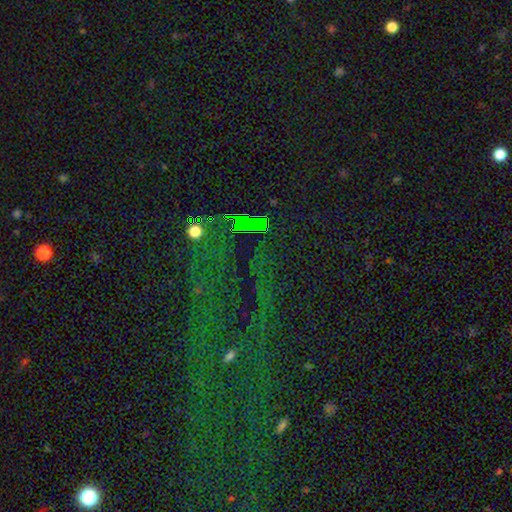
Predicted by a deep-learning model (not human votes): Q: Smooth or featured?
A: star or artifact (82%); runner-up: smooth (10%)